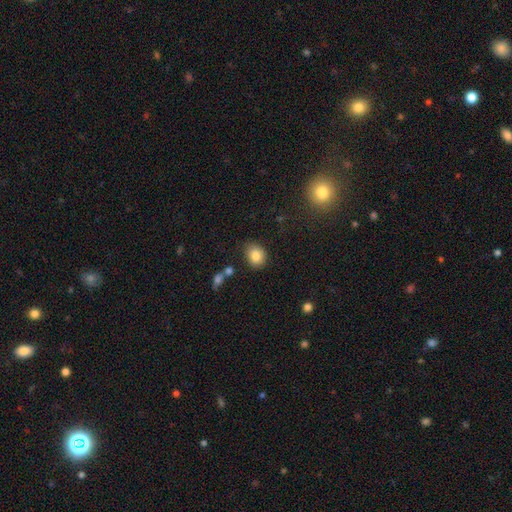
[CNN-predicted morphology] Q: Smooth or featured?
A: smooth (84%); runner-up: star or artifact (9%)
Q: How rounded?
A: round (55%); runner-up: in between (44%)
Q: Merging?
A: none (80%); runner-up: minor disturbance (12%)